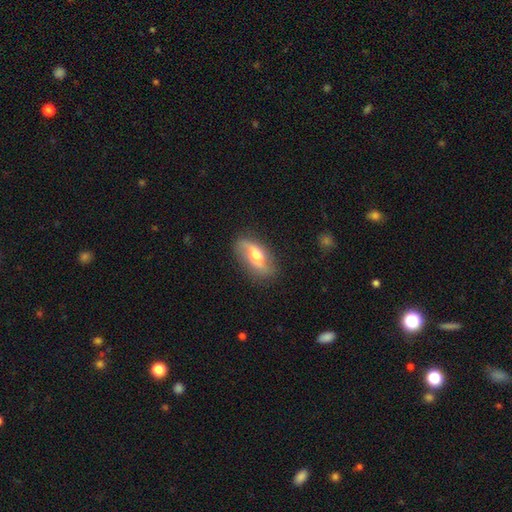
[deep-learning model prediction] This is likely a featured or disk galaxy (66%). It is clearly not viewed edge-on (85%). Bar: marginally weak (39%). Spiral arm pattern: clearly yes (83%). Central bulge: likely moderate (69%). Merging: clearly none (80%).